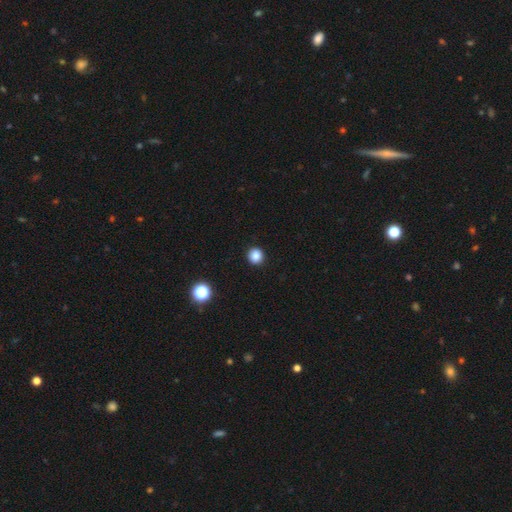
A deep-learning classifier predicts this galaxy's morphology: This appears to be a smooth galaxy with no disk features (85%) that is round (93%). Merging: none (93%).